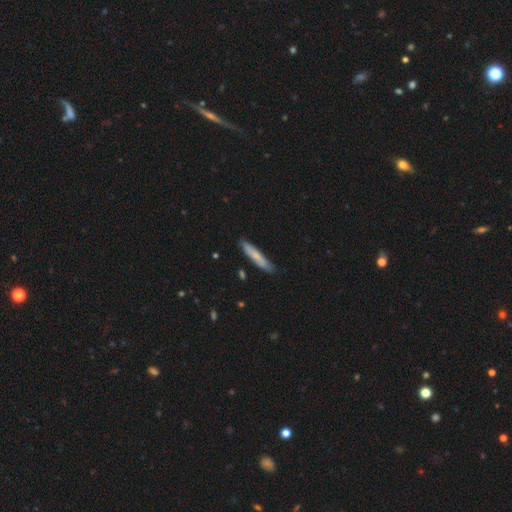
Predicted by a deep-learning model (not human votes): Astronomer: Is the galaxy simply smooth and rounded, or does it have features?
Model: smooth — 70%.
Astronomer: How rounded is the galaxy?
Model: cigar-shaped — 91%.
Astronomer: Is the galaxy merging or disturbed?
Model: none — 84%.